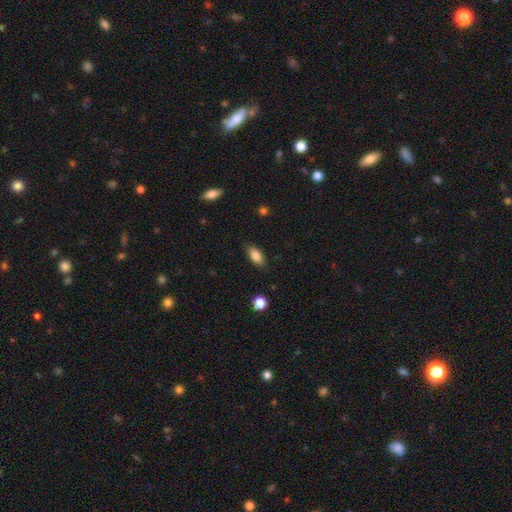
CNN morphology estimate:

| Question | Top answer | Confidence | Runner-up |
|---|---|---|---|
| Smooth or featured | smooth | 83% | featured or disk (9%) |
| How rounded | in between | 88% | cigar-shaped (8%) |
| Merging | none | 82% | minor disturbance (14%) |